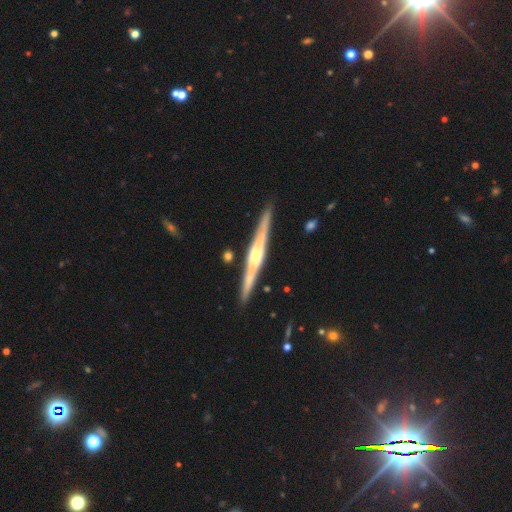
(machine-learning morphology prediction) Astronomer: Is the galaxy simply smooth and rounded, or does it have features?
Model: featured or disk — 79%.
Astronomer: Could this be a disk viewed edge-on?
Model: yes — 98%.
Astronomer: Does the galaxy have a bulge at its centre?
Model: rounded — 60%.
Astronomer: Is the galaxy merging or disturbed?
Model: none — 89%.